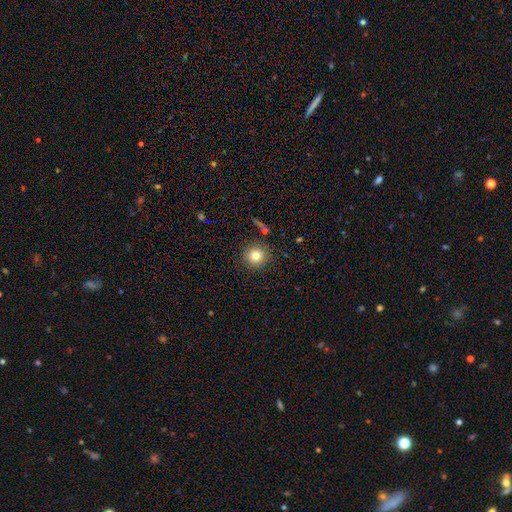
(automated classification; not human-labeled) smooth-or-featured: smooth: 79% | star or artifact: 12% | featured or disk: 9%
  how-rounded: round: 94% | in between: 5% | cigar-shaped: 1%
  merging: none: 87% | minor disturbance: 7% | merger: 3% | major disturbance: 3%